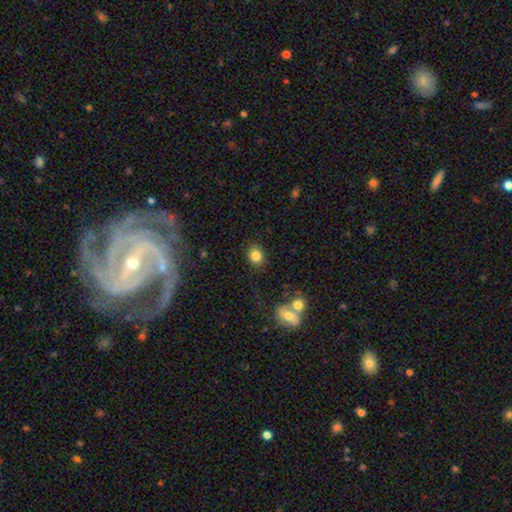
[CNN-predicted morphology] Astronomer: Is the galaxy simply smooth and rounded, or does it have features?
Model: smooth — 82%.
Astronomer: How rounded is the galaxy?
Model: round — 50% (runner-up: in between, 49%).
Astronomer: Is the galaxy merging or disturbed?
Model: none — 84%.